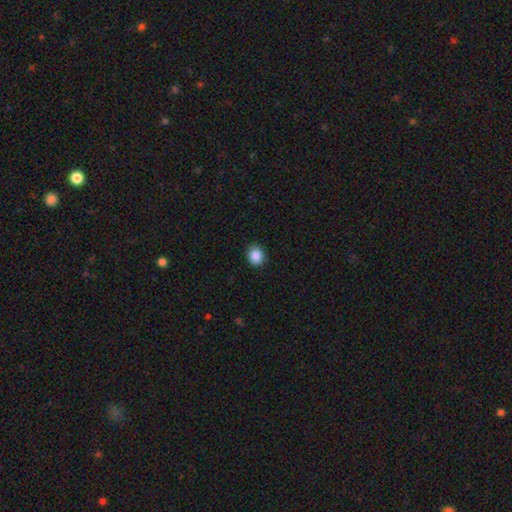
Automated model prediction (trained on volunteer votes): Smooth or featured: smooth — 88% (star or artifact — 9%)
How rounded: round — 71% (in between — 28%)
Merging: none — 90% (minor disturbance — 8%)